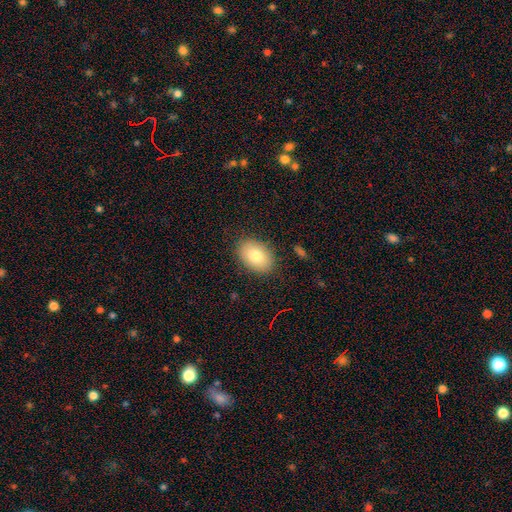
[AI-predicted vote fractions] Smooth or featured: smooth — 79% (featured or disk — 13%)
How rounded: in between — 83% (round — 16%)
Merging: none — 87% (minor disturbance — 10%)